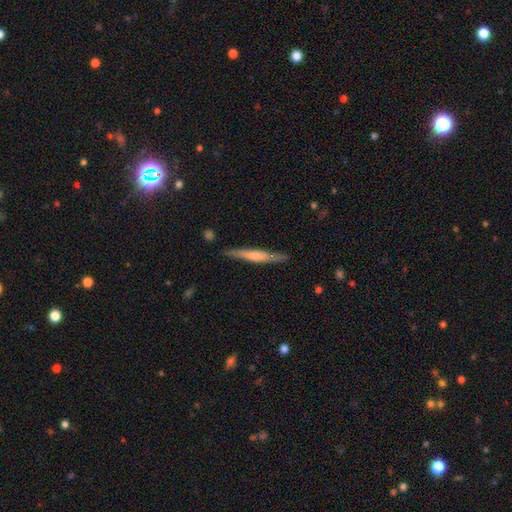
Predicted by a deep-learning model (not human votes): Overall: featured or disk (47%, tied with smooth). Merging: none (85%).